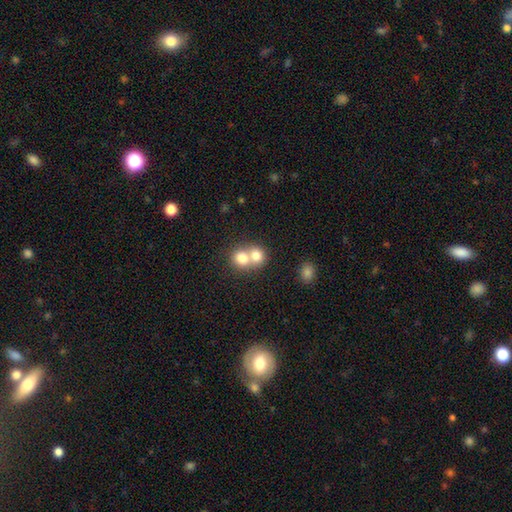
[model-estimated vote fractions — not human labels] smooth_or_featured: smooth (p=0.75) [alt: featured or disk p=0.15]
how_rounded: round (p=0.76) [alt: in between p=0.23]
merging: merger (p=0.68) [alt: none p=0.26]